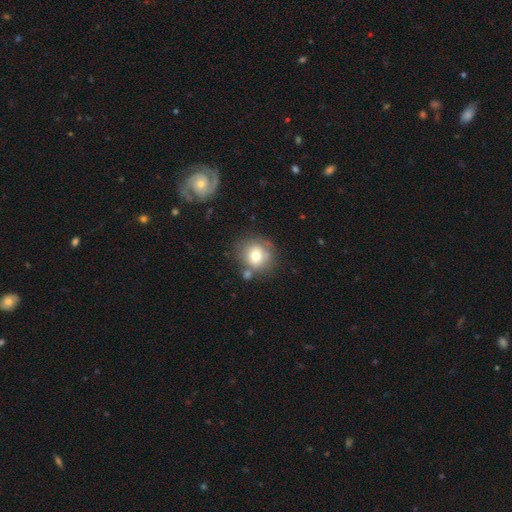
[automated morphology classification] A smooth galaxy with no disk features (72%) that is round (83%). Merging: none (64%).